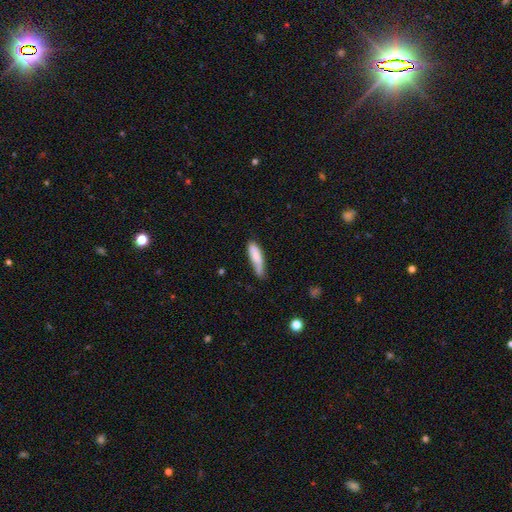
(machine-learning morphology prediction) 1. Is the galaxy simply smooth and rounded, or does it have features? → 80% smooth, 14% featured or disk, 6% star or artifact.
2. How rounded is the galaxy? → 64% cigar-shaped, 34% in between, 2% round.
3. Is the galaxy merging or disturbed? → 55% none, 33% minor disturbance, 8% major disturbance, 4% merger.